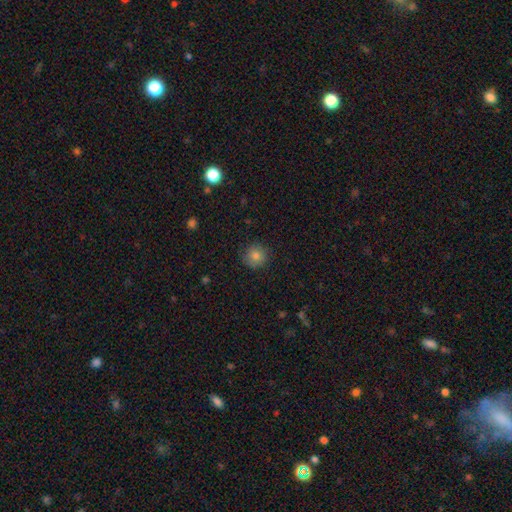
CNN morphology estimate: Smooth or featured? smooth (80%)
How rounded? round (94%)
Merging? none (88%)